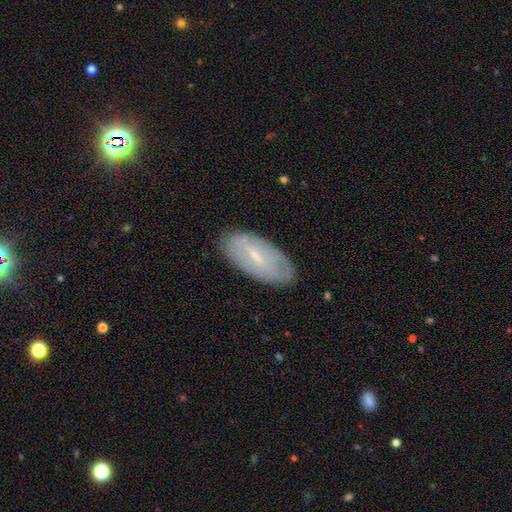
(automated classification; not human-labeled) This appears to be a featured or disk galaxy (53%). Merging: none (81%).